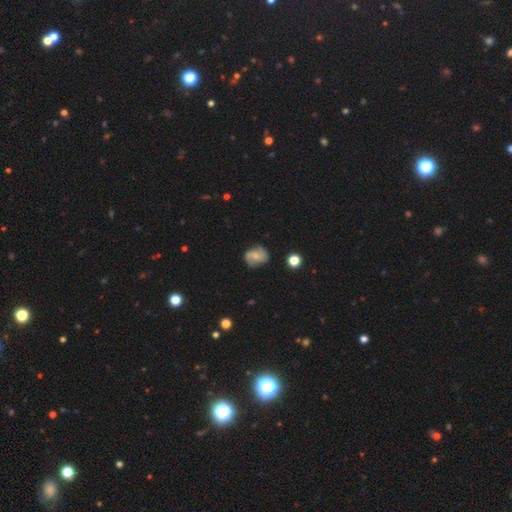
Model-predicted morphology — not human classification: smooth_or_featured: featured or disk (p=0.57) [alt: smooth p=0.35]
disk_edge_on: no (p=0.97) [alt: yes p=0.03]
bar: no (p=0.58) [alt: weak p=0.35]
has_spiral_arms: yes (p=0.90) [alt: no p=0.10]
bulge_size: small (p=0.53) [alt: moderate p=0.34]
merging: none (p=0.73) [alt: minor disturbance p=0.19]